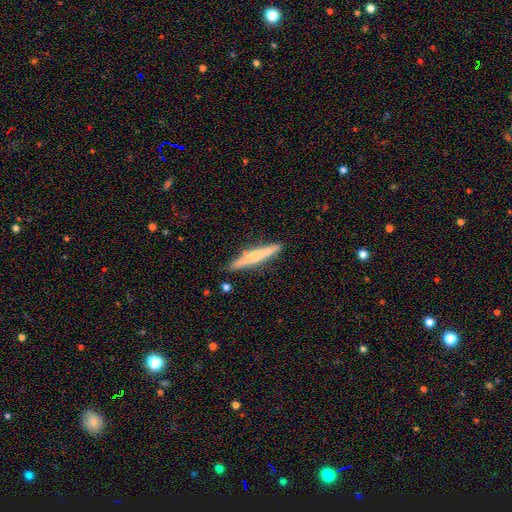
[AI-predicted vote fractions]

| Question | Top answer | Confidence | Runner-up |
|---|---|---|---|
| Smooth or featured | smooth | 48% | featured or disk (46%) |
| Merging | none | 87% | minor disturbance (9%) |